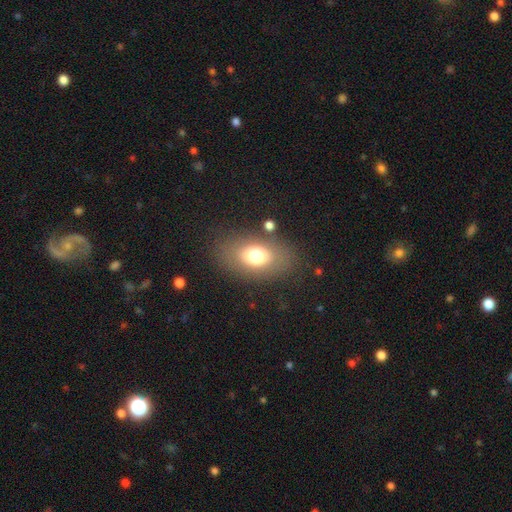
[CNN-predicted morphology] Overall: smooth (70%). How rounded: in between (83%). Merging: none (78%).